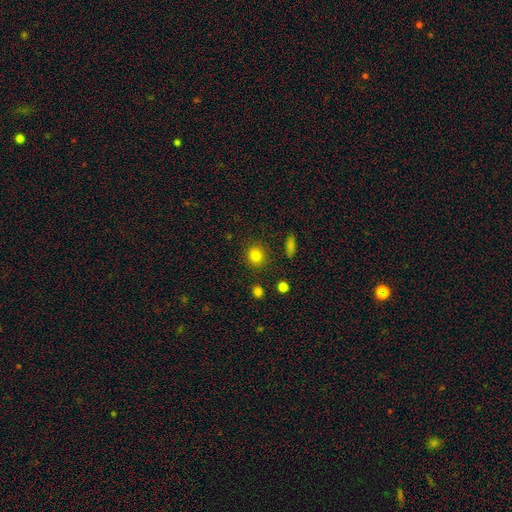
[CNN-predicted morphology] Q: Smooth or featured?
A: smooth (82%); runner-up: star or artifact (12%)
Q: How rounded?
A: round (83%); runner-up: in between (16%)
Q: Merging?
A: none (88%); runner-up: minor disturbance (7%)